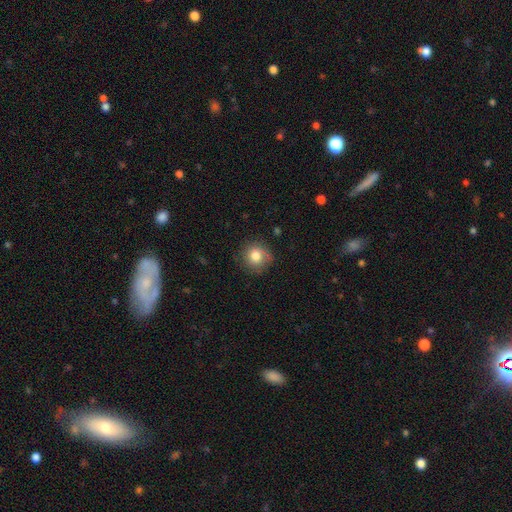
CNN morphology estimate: smooth 79%, featured or disk 11%, star or artifact 10%. Down the decision tree: how rounded — round (92%); merging — none (81%).